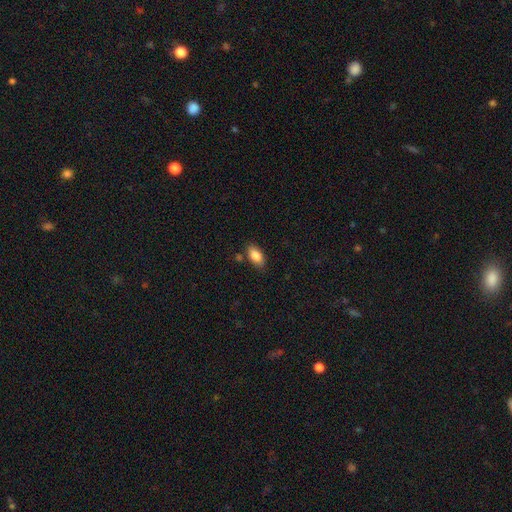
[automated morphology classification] This appears to be a smooth galaxy with no disk features (85%) that is in between round and cigar-shaped (91%). Merging: none (79%).